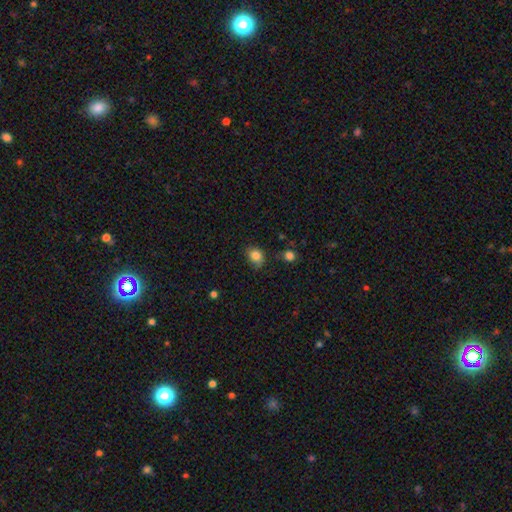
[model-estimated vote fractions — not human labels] Morphology: type=smooth (84%); roundness=in between (50%); merging=none (70%).